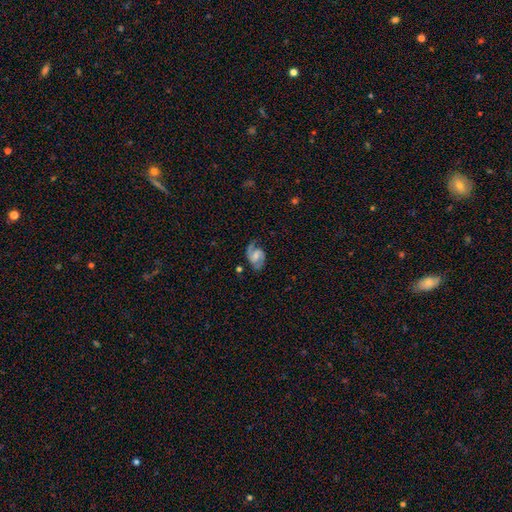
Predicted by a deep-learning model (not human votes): A featured or disk galaxy (84%) with a weak bar (48%), 2 (90%) medium (55%) spiral arms (96%) and a moderate central bulge (43%). Merging: none (75%).